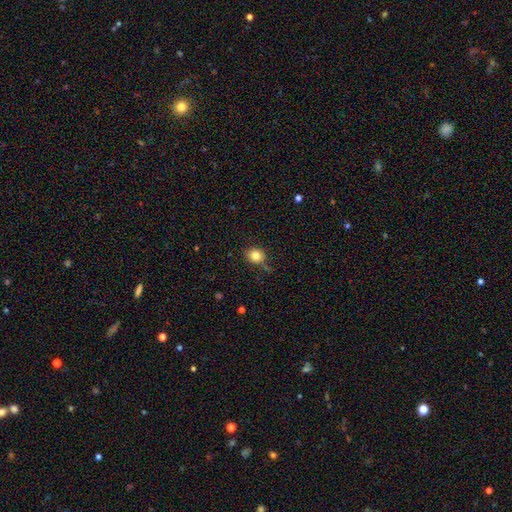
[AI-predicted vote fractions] Smooth or featured? smooth (81%)
How rounded? round (76%)
Merging? none (74%)